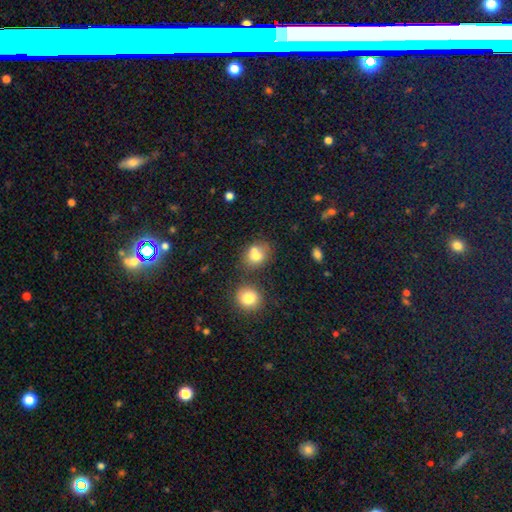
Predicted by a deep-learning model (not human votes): A smooth galaxy with no disk features (75%) that is round (58%). Merging: none (47%).